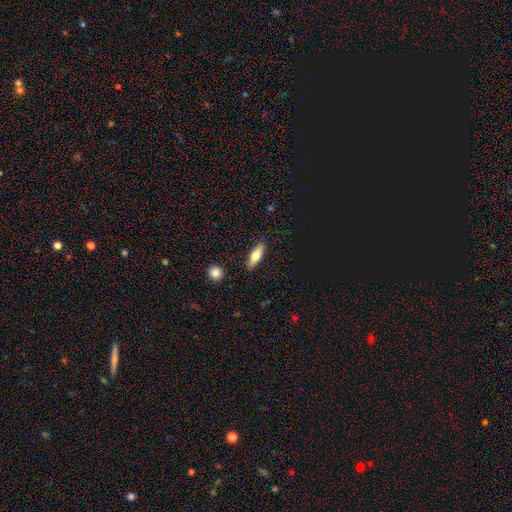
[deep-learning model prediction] smooth-or-featured: smooth: 65% | featured or disk: 29% | star or artifact: 7%
  how-rounded: in between: 53% | cigar-shaped: 43% | round: 3%
  merging: none: 88% | minor disturbance: 8% | major disturbance: 2% | merger: 2%